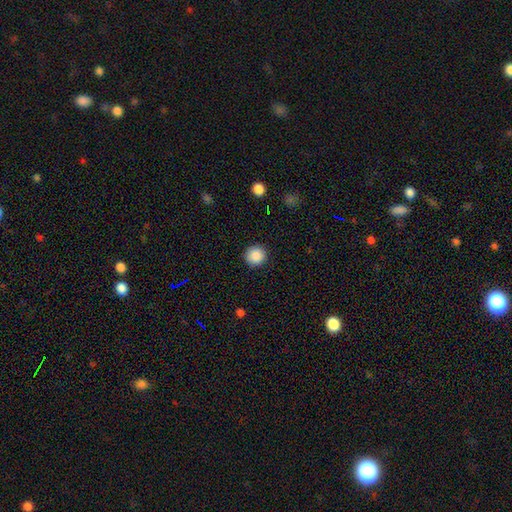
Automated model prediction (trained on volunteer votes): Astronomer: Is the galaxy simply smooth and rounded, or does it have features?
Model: smooth — 88%.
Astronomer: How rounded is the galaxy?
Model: round — 94%.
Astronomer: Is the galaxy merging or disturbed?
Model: none — 92%.